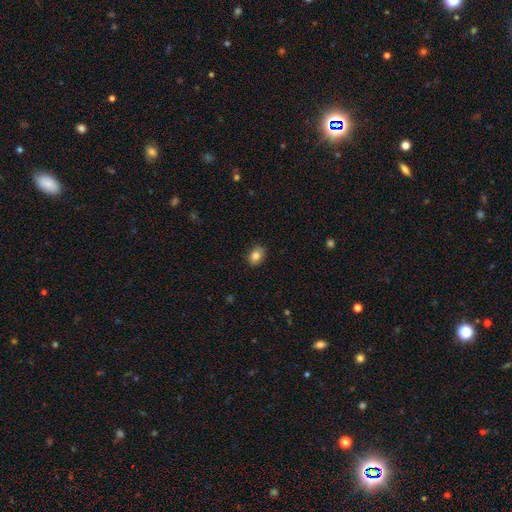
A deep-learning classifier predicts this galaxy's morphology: The model was most divided on "how rounded": in between: 72%, round: 27%, cigar-shaped: 1%. More confident: merging — none (85%); smooth or featured — smooth (84%).